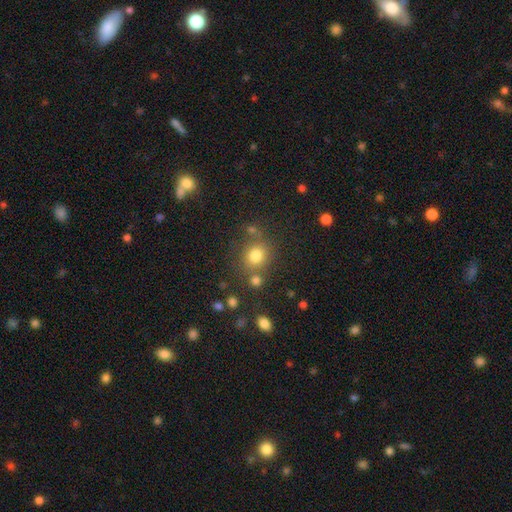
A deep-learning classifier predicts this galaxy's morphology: smooth_or_featured: smooth (p=0.77) [alt: star or artifact p=0.15]
how_rounded: round (p=0.77) [alt: in between p=0.22]
merging: none (p=0.69) [alt: merger p=0.14]